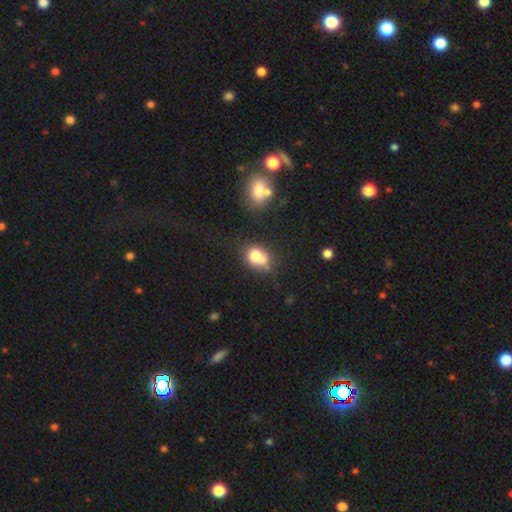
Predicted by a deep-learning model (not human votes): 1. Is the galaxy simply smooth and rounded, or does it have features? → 73% smooth, 16% featured or disk, 11% star or artifact.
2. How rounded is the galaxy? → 51% in between, 47% round, 1% cigar-shaped.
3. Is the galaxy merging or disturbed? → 39% merger, 37% none, 17% minor disturbance, 7% major disturbance.